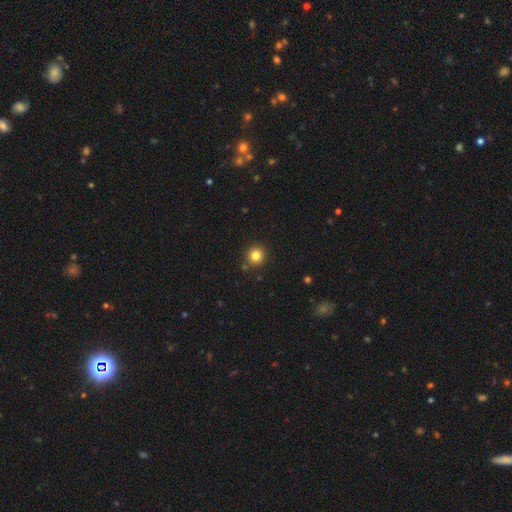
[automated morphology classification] Smooth or featured? smooth (82%)
How rounded? round (93%)
Merging? none (88%)